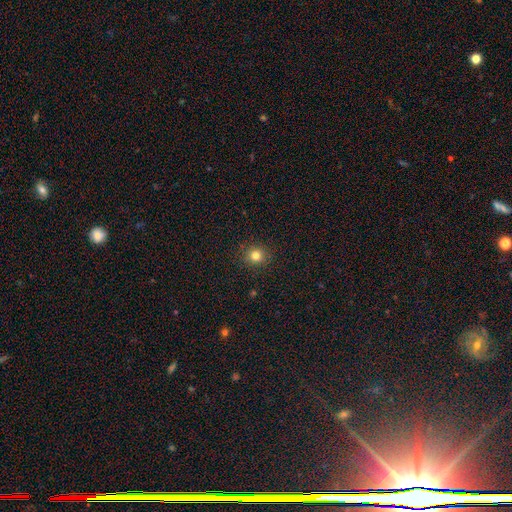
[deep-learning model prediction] smooth 81%, star or artifact 13%, featured or disk 6%. Down the decision tree: how rounded — round (88%); merging — none (91%).